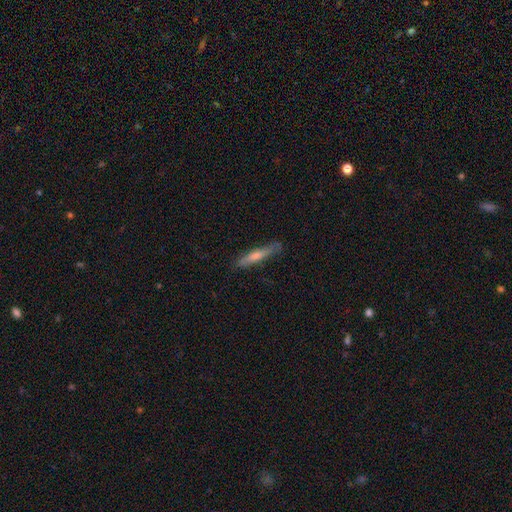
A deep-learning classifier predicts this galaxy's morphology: Smooth or featured: smooth — 50% (featured or disk — 44%)
Merging: none — 79% (minor disturbance — 16%)